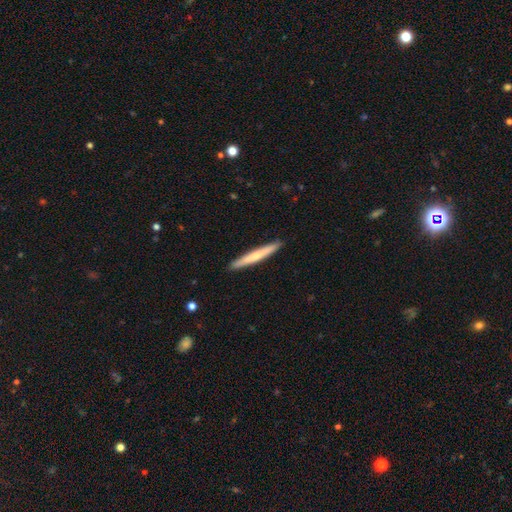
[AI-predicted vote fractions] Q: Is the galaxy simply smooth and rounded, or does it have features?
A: smooth — 60%.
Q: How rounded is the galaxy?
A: cigar-shaped — 96%.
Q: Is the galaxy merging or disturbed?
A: none — 92%.